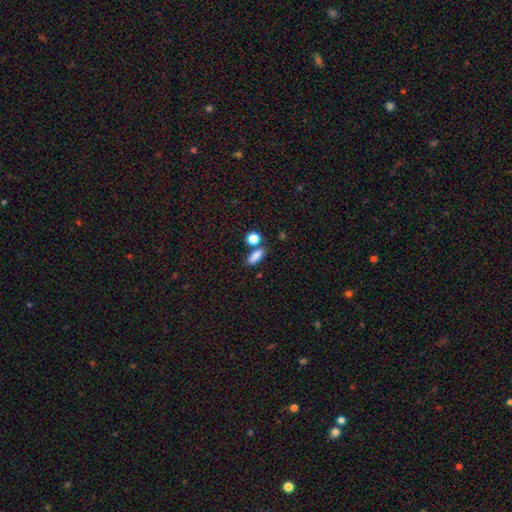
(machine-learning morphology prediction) A smooth galaxy with no disk features (84%) that is in between round and cigar-shaped (70%).

Vote fractions:
- Smooth or featured? smooth: 84% / star or artifact: 10% / featured or disk: 5%
- How rounded? in between: 70% / cigar-shaped: 19% / round: 12%
- Merging? none: 69% / merger: 15% / minor disturbance: 12% / major disturbance: 4%